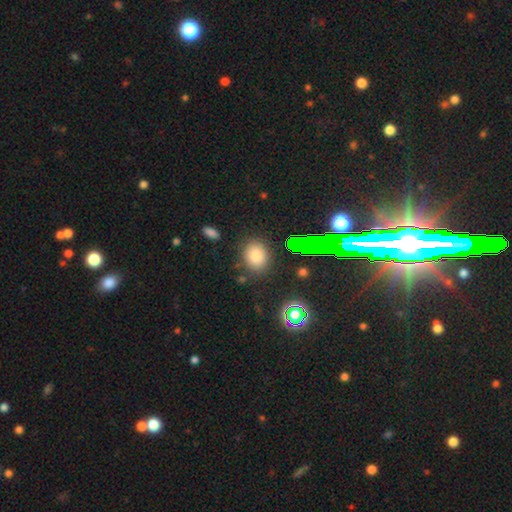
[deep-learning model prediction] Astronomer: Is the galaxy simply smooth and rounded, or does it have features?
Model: smooth — 77%.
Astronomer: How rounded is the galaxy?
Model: round — 56% (runner-up: in between, 42%).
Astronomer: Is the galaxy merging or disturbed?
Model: none — 83%.